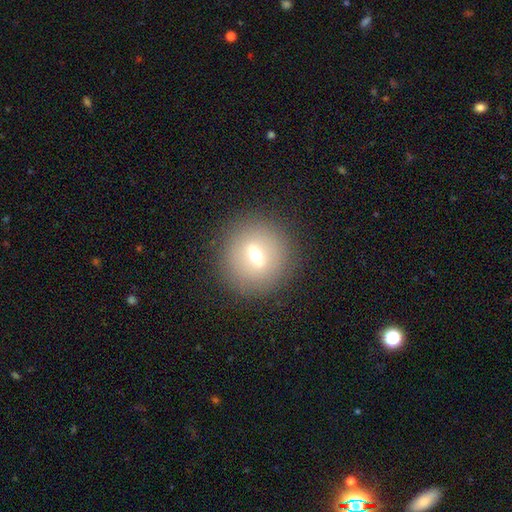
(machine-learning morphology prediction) Smooth or featured?
  - smooth: 44% *
  - featured or disk: 43%
  - star or artifact: 12%
Merging?
  - none: 87% *
  - minor disturbance: 8%
  - major disturbance: 4%
  - merger: 1%